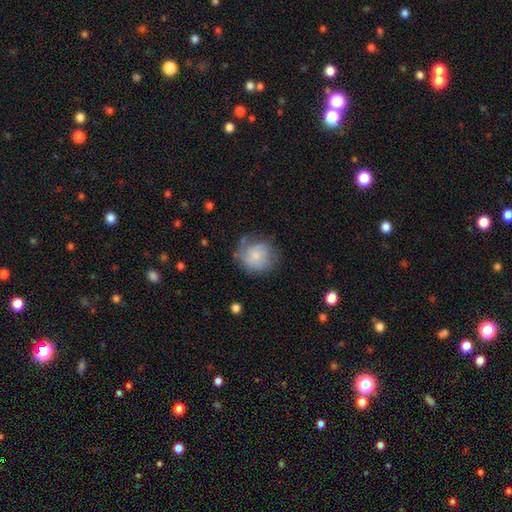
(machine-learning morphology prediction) smooth_or_featured: smooth (p=0.65) [alt: featured or disk p=0.27]
how_rounded: round (p=0.82) [alt: in between p=0.17]
merging: none (p=0.51) [alt: minor disturbance p=0.28]